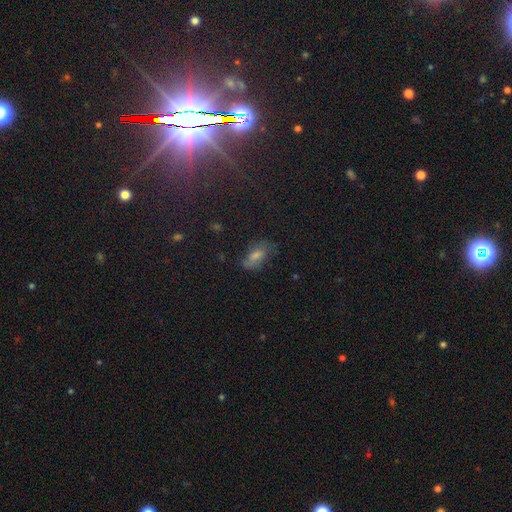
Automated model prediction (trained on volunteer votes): A smooth galaxy with no disk features (65%) that is in between round and cigar-shaped (86%).

Vote fractions:
- Smooth or featured? smooth: 65% / featured or disk: 21% / star or artifact: 14%
- How rounded? in between: 86% / cigar-shaped: 9% / round: 6%
- Merging? none: 58% / minor disturbance: 26% / major disturbance: 12% / merger: 4%